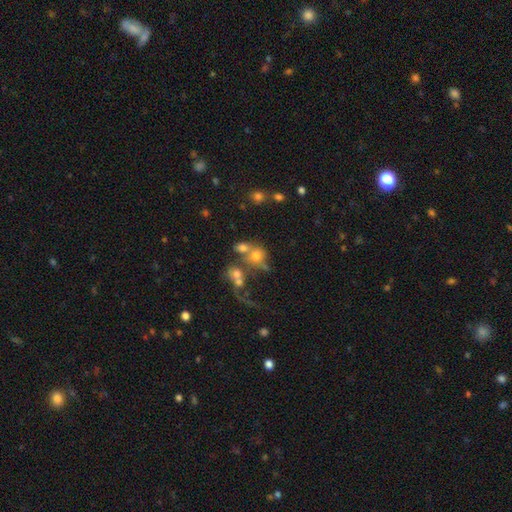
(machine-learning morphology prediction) smooth 62%, featured or disk 22%, star or artifact 16%. Down the decision tree: how rounded — round (71%); merging — merger (49%).